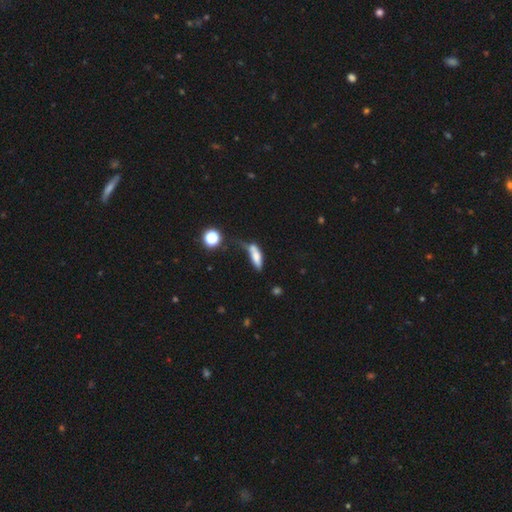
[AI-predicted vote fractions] smooth 67%, featured or disk 22%, star or artifact 11%. Down the decision tree: how rounded — in between (51%); merging — merger (27%).